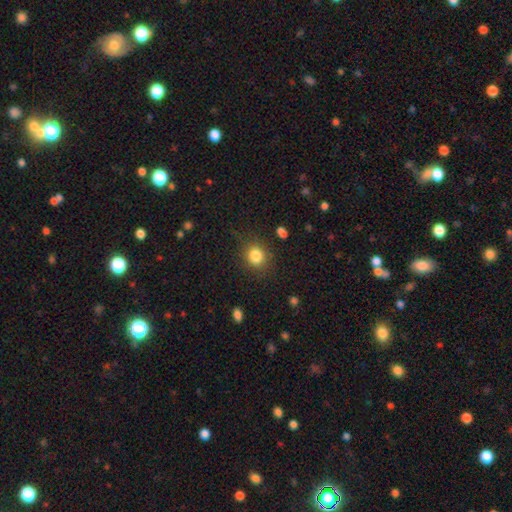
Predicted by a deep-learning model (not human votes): Smooth or featured? smooth (83%)
How rounded? round (78%)
Merging? none (84%)